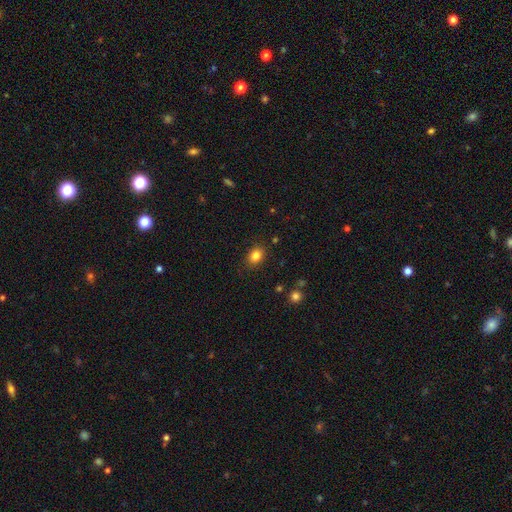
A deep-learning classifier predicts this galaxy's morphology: This is clearly a smooth galaxy (84%). How rounded: likely in between (64%). Merging: clearly none (86%).